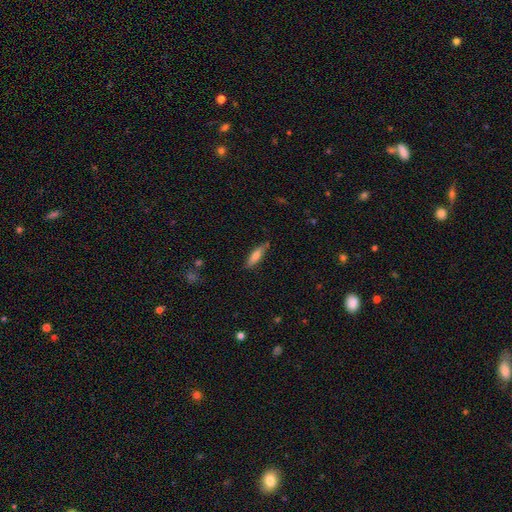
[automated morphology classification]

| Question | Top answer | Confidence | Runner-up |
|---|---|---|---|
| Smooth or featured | smooth | 69% | featured or disk (24%) |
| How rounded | cigar-shaped | 66% | in between (33%) |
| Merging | none | 80% | minor disturbance (15%) |